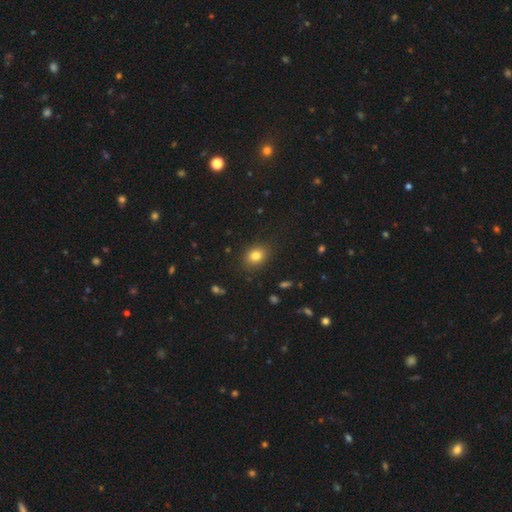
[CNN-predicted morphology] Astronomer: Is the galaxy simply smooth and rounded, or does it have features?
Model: smooth — 81%.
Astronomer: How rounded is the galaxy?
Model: in between — 50% (runner-up: round, 49%).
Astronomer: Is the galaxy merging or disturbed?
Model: none — 86%.